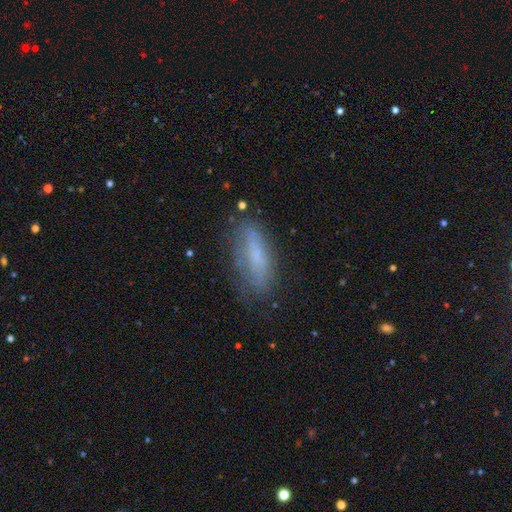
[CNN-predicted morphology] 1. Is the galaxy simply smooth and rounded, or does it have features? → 62% smooth, 29% featured or disk, 9% star or artifact.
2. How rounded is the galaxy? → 54% in between, 44% cigar-shaped, 2% round.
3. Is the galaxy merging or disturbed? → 69% none, 21% minor disturbance, 7% major disturbance, 2% merger.